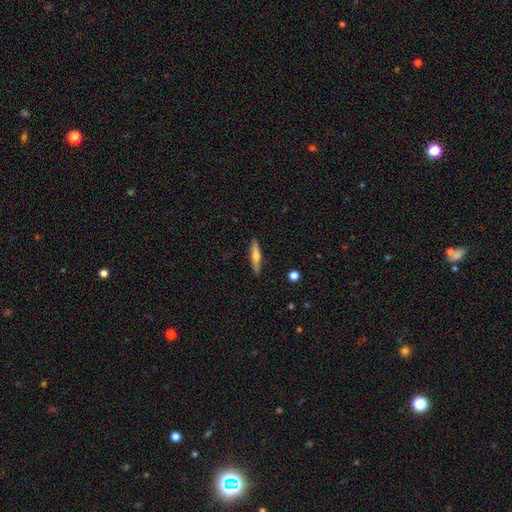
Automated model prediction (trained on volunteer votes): A smooth galaxy with no disk features (56%) that is cigar-shaped (86%). Merging: none (88%).